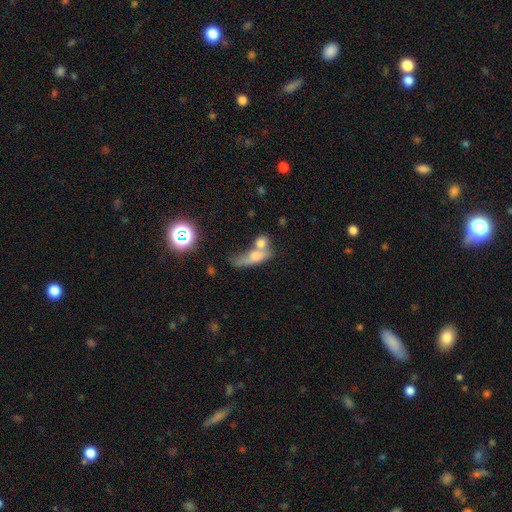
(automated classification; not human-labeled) A smooth galaxy with no disk features (61%) that is in between round and cigar-shaped (50%). Merging: merger (48%).